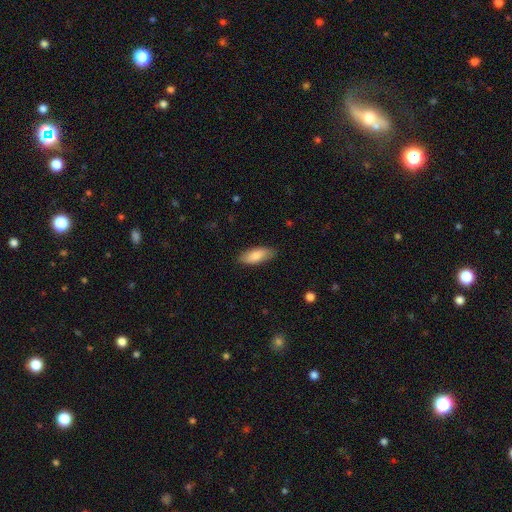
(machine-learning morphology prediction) Q: Smooth or featured?
A: smooth (83%); runner-up: featured or disk (11%)
Q: How rounded?
A: in between (80%); runner-up: cigar-shaped (18%)
Q: Merging?
A: none (84%); runner-up: minor disturbance (12%)